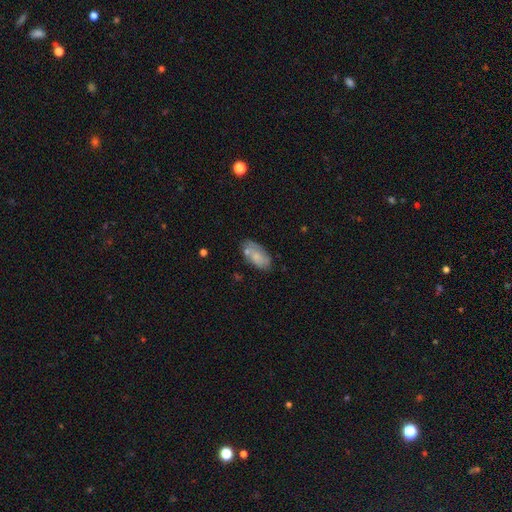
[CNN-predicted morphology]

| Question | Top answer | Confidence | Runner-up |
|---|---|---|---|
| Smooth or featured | smooth | 65% | featured or disk (27%) |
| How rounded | in between | 92% | cigar-shaped (5%) |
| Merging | none | 60% | minor disturbance (23%) |